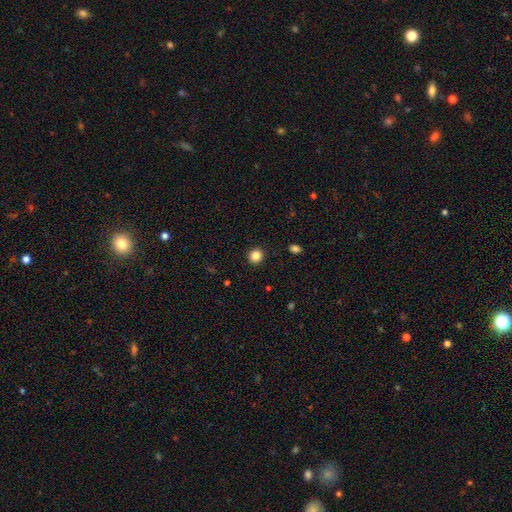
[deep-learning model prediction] Smooth or featured? Predicted: smooth (p=0.85). How rounded? Predicted: round (p=0.91). Merging? Predicted: none (p=0.92).